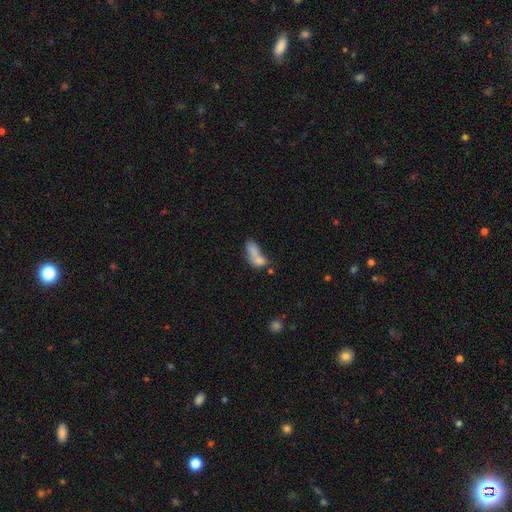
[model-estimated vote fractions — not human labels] The model was most divided on "merging": merger: 54%, none: 23%, minor disturbance: 12%, major disturbance: 11%. More confident: how rounded — in between (72%); smooth or featured — smooth (67%).